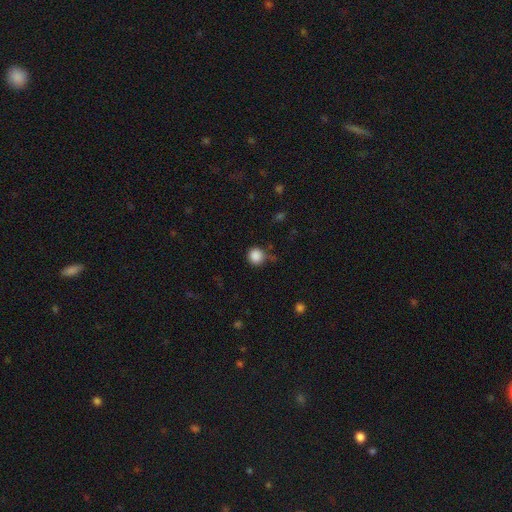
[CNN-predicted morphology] smooth_or_featured: smooth (p=0.87) [alt: star or artifact p=0.10]
how_rounded: round (p=0.93) [alt: in between p=0.07]
merging: none (p=0.78) [alt: minor disturbance p=0.14]